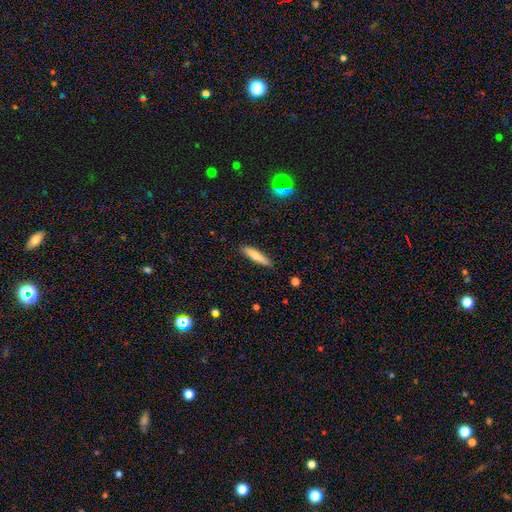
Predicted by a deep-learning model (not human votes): Morphology: type=smooth (70%); roundness=cigar-shaped (84%); merging=none (86%).